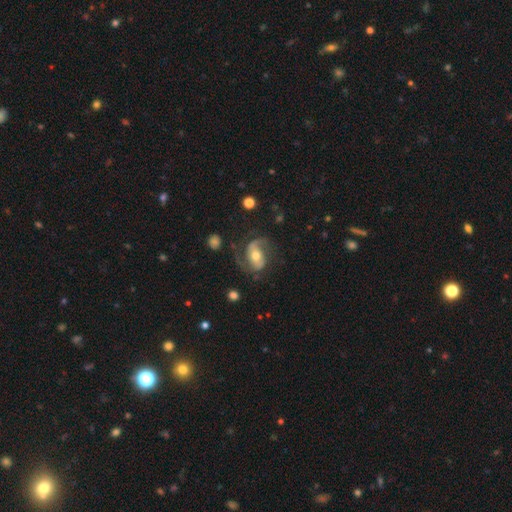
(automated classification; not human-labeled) smooth_or_featured: featured or disk (p=0.81) [alt: smooth p=0.13]
disk_edge_on: no (p=0.97) [alt: yes p=0.03]
bar: no (p=0.36) [alt: weak p=0.35]
has_spiral_arms: yes (p=0.93) [alt: no p=0.07]
spiral_winding: medium (p=0.49) [alt: loose p=0.34]
spiral_arm_count: 2 (p=0.83) [alt: 1 p=0.09]
bulge_size: moderate (p=0.64) [alt: small p=0.27]
merging: none (p=0.61) [alt: minor disturbance p=0.19]